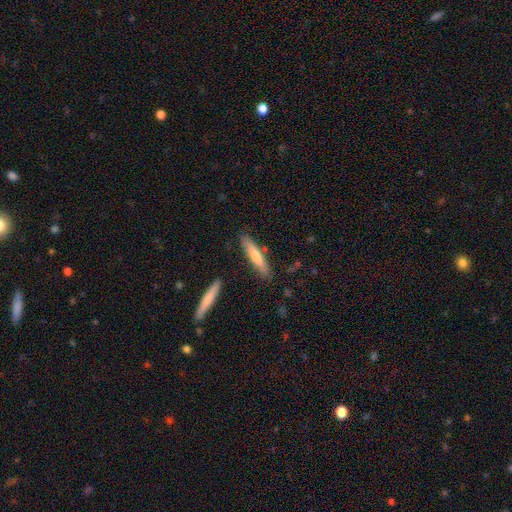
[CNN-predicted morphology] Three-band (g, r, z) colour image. It shows a smooth galaxy with no disk features (61%) that is cigar-shaped (88%). Merging: none (84%).